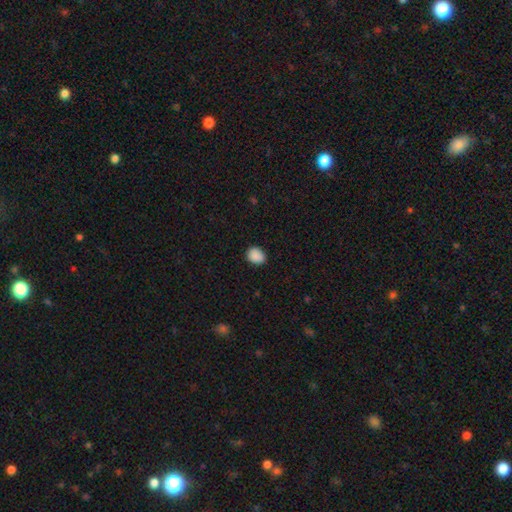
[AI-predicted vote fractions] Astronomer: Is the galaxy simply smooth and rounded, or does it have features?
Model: smooth — 89%.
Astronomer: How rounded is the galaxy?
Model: round — 50% (runner-up: in between, 49%).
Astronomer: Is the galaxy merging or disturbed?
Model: none — 86%.